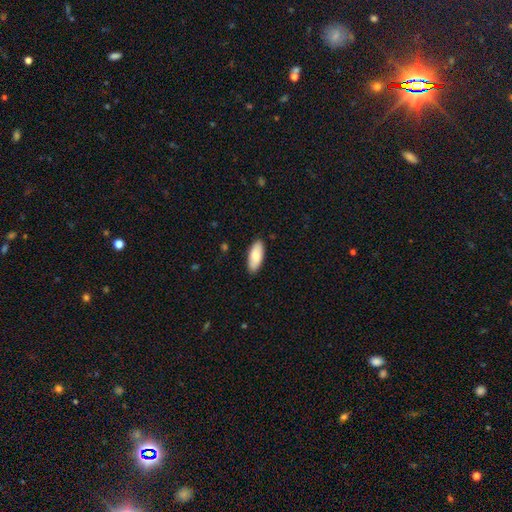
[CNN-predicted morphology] This appears to be a smooth galaxy with no disk features (81%) that is in between round and cigar-shaped (84%). Merging: none (88%).